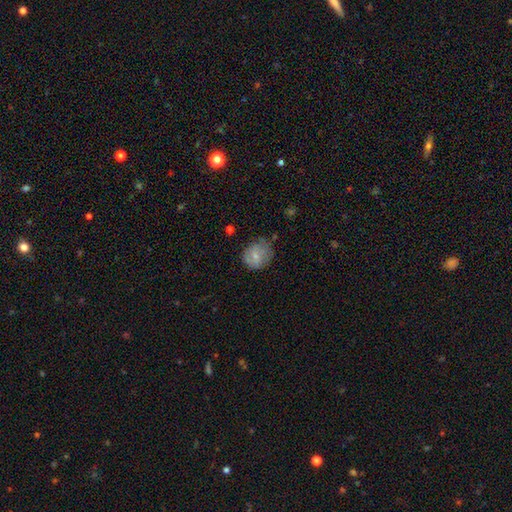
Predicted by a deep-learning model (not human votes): A smooth galaxy with no disk features (69%) that is round (73%).

Vote fractions:
- Smooth or featured? smooth: 69% / featured or disk: 23% / star or artifact: 8%
- How rounded? round: 73% / in between: 26% / cigar-shaped: 1%
- Merging? none: 61% / minor disturbance: 28% / major disturbance: 9% / merger: 2%